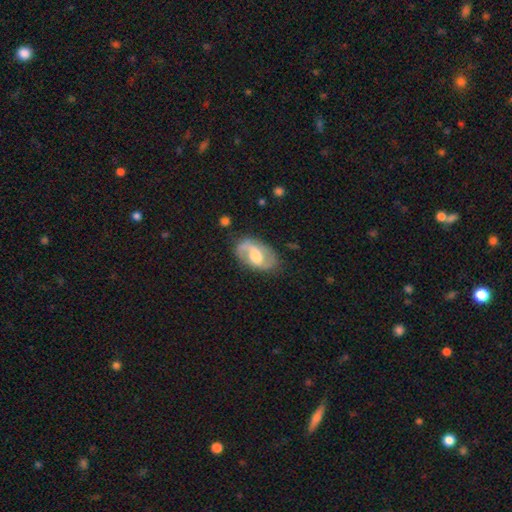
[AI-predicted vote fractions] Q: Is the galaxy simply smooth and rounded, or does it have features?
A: featured or disk — 76%.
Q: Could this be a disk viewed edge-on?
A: no — 96%.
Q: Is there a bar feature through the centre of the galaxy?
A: weak — 48%.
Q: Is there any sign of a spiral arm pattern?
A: yes — 87%.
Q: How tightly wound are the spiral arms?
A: medium — 48%.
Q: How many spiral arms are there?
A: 2 — 86%.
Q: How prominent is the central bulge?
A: moderate — 57%.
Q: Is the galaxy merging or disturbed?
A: none — 77%.